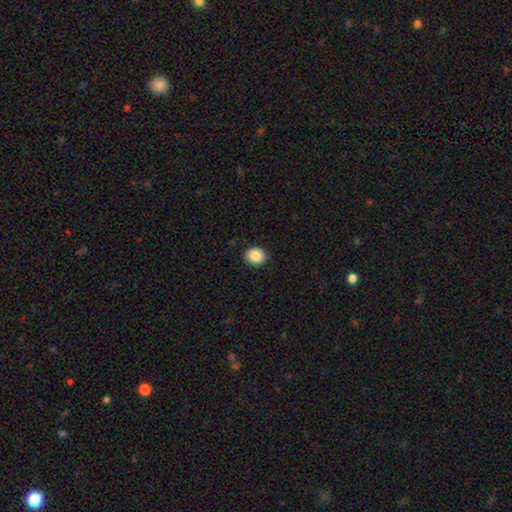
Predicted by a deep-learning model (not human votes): A smooth galaxy with no disk features (88%) that is round (65%). Merging: none (89%).